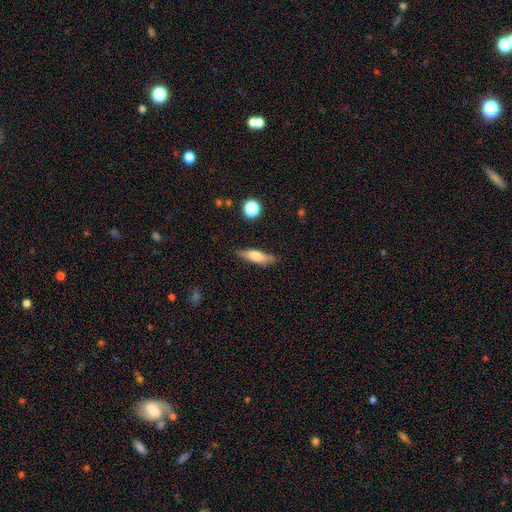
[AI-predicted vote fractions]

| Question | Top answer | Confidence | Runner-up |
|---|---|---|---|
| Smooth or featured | smooth | 63% | featured or disk (29%) |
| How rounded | cigar-shaped | 60% | in between (38%) |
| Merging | none | 81% | minor disturbance (14%) |